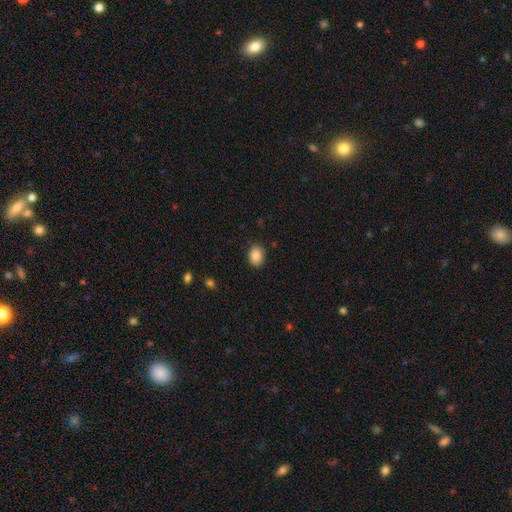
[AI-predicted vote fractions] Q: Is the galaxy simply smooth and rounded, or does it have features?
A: smooth — 88%.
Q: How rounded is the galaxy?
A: in between — 69%.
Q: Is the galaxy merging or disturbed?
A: none — 87%.